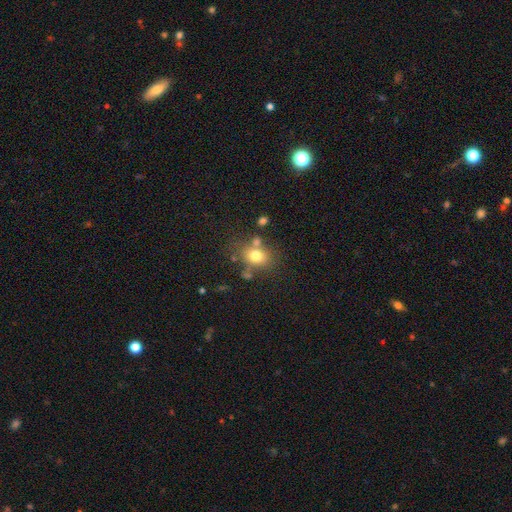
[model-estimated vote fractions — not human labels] Overall: smooth (74%). How rounded: round (53%; in between 45%). Merging: none (61%).